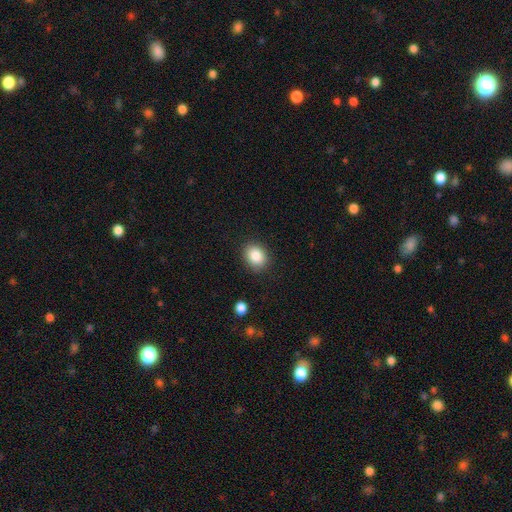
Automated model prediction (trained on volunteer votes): smooth-or-featured: smooth: 86% | star or artifact: 9% | featured or disk: 5%
  how-rounded: round: 52% | in between: 47% | cigar-shaped: 1%
  merging: none: 87% | minor disturbance: 9% | major disturbance: 3% | merger: 1%